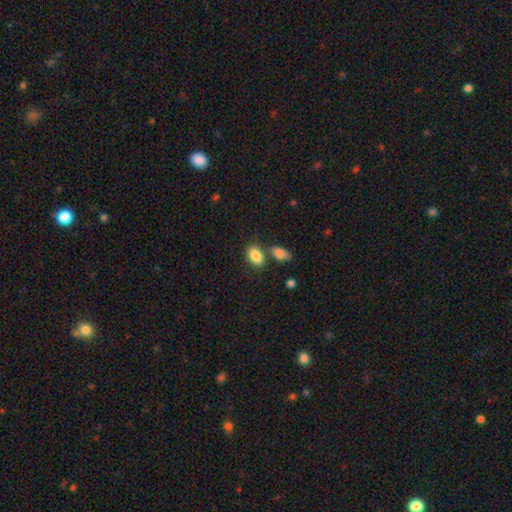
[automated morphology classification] Smooth or featured: smooth — 86% (star or artifact — 8%)
How rounded: in between — 85% (round — 13%)
Merging: none — 64% (merger — 20%)